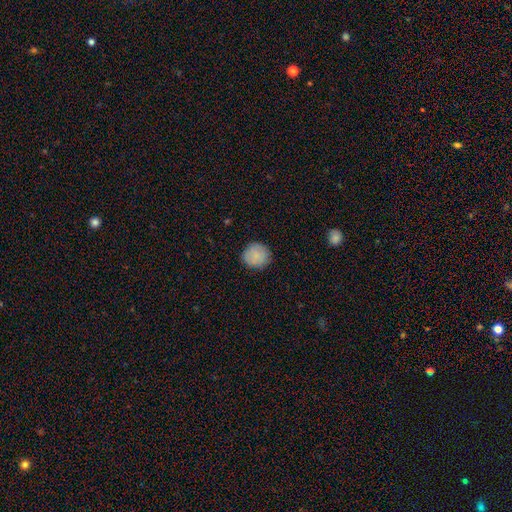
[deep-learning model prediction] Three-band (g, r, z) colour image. It shows a smooth galaxy with no disk features (86%) that is round (88%). Merging: none (86%).